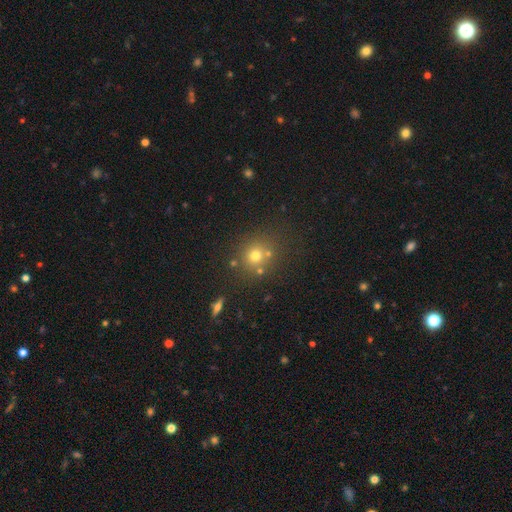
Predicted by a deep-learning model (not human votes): A smooth galaxy with no disk features (68%) that is round (84%).

Vote fractions:
- Smooth or featured? smooth: 68% / star or artifact: 20% / featured or disk: 12%
- How rounded? round: 84% / in between: 14% / cigar-shaped: 1%
- Merging? none: 71% / merger: 14% / minor disturbance: 11% / major disturbance: 4%